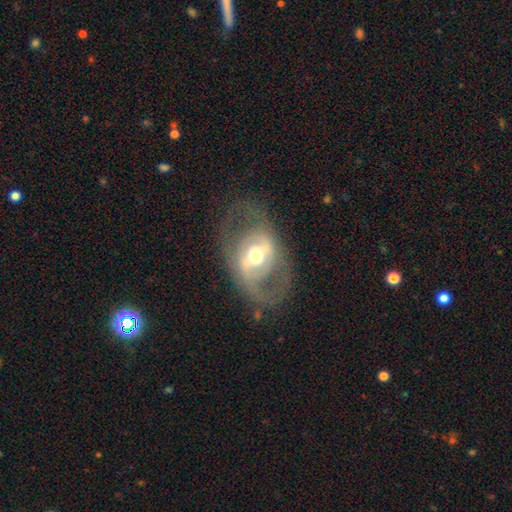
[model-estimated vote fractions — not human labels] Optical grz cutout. It shows a featured or disk galaxy (72%) with a strong bar (37%), no spiral arms (53%) and a moderate central bulge (68%). Merging: none (67%).